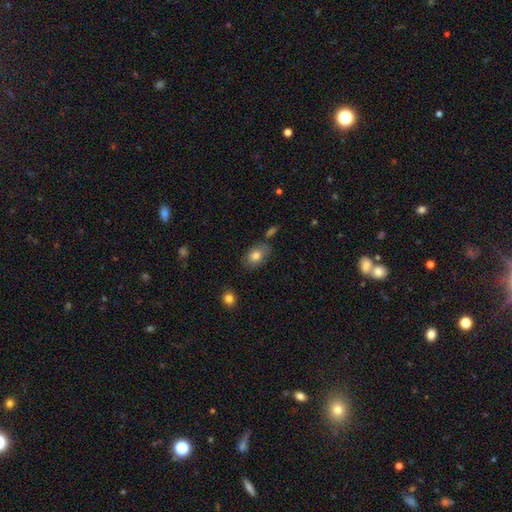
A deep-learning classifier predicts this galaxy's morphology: smooth_or_featured: smooth (p=0.81) [alt: featured or disk p=0.12]
how_rounded: in between (p=0.84) [alt: round p=0.15]
merging: none (p=0.74) [alt: minor disturbance p=0.17]